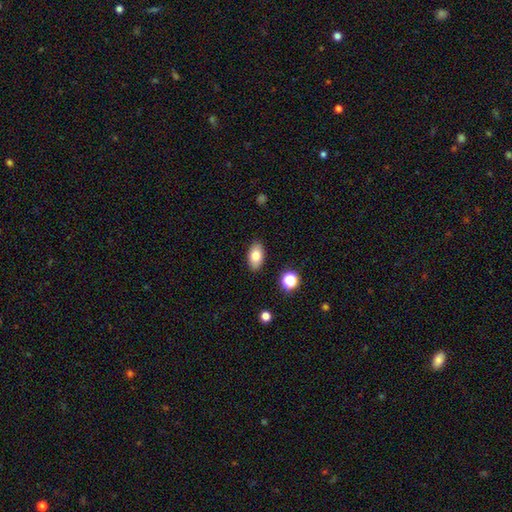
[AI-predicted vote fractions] A smooth galaxy with no disk features (79%) that is in between round and cigar-shaped (91%). Merging: none (88%).